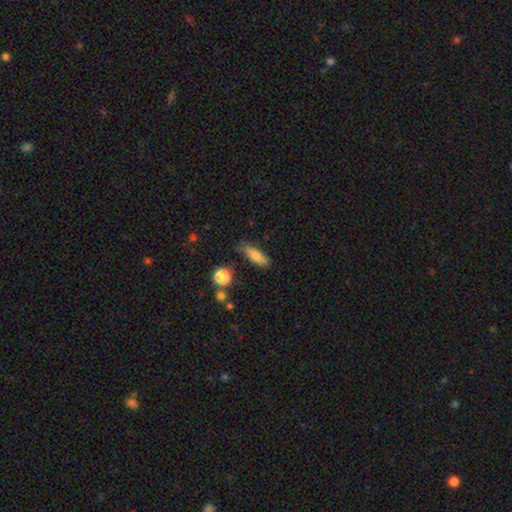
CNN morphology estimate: Smooth or featured? smooth (77%)
How rounded? in between (60%)
Merging? none (69%)